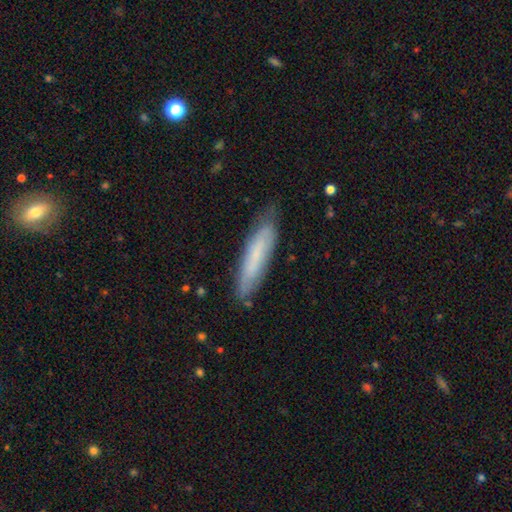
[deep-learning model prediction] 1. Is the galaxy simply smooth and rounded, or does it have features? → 58% smooth, 35% featured or disk, 7% star or artifact.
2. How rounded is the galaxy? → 79% cigar-shaped, 20% in between, 1% round.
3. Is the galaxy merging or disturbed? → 77% none, 18% minor disturbance, 3% major disturbance, 1% merger.